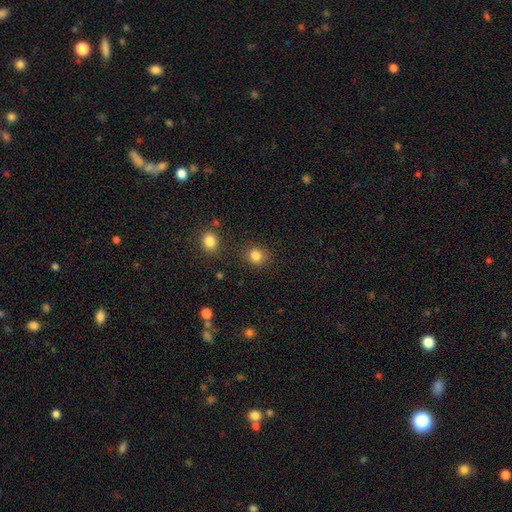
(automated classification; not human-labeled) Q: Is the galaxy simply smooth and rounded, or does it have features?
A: smooth — 84%.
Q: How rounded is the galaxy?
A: round — 83%.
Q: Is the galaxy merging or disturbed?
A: none — 82%.